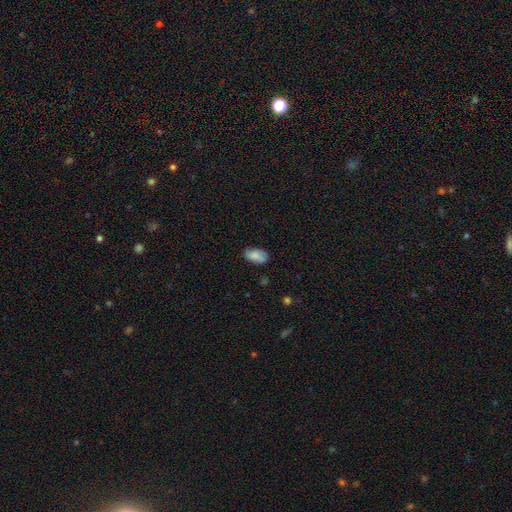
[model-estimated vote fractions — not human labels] A smooth galaxy with no disk features (83%) that is in between round and cigar-shaped (93%).

Vote fractions:
- Smooth or featured? smooth: 83% / featured or disk: 9% / star or artifact: 8%
- How rounded? in between: 93% / round: 5% / cigar-shaped: 2%
- Merging? none: 72% / minor disturbance: 22% / major disturbance: 4% / merger: 2%